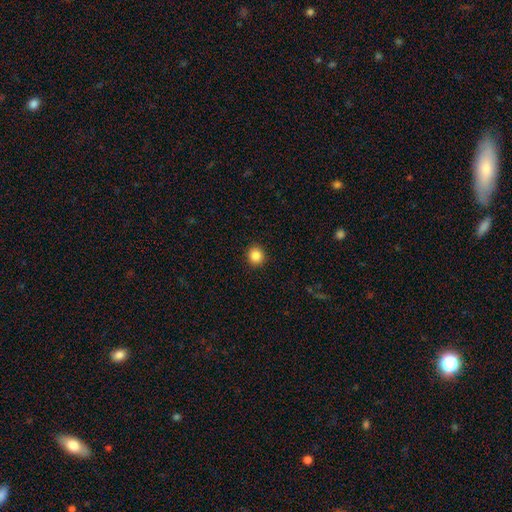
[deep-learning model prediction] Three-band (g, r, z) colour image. It shows a smooth galaxy with no disk features (85%) that is round (89%). Merging: none (92%).